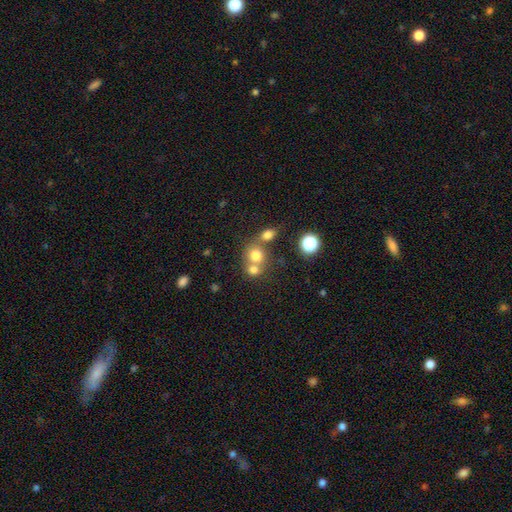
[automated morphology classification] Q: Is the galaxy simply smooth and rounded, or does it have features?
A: smooth — 73%.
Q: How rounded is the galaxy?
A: round — 76%.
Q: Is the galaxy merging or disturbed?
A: merger — 47%.